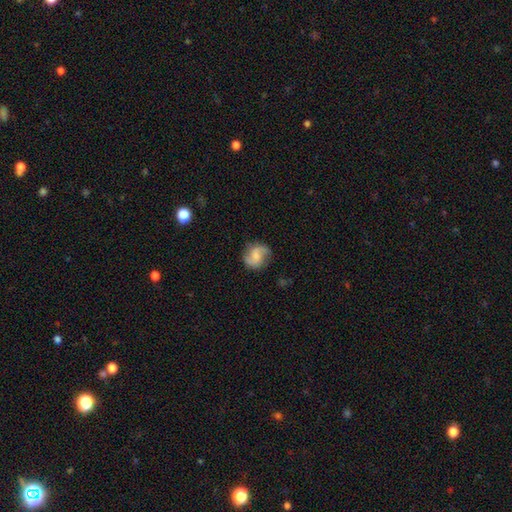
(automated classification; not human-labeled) Smooth or featured?
  - featured or disk: 60% *
  - smooth: 33%
  - star or artifact: 8%
Edge-on disk?
  - no: 98% *
  - yes: 2%
Bar?
  - weak: 45% *
  - no: 42%
  - strong: 13%
Spiral arms?
  - yes: 92% *
  - no: 8%
Spiral winding?
  - medium: 42% * (tied)
  - loose: 42% * (tied)
  - tight: 16%
Spiral arm count?
  - 2: 88% *
  - can't tell: 5%
  - 1: 4%
  - 3: 1%
  - 4: 1%
  - more than 4: 1%
Bulge size?
  - small: 38% *
  - moderate: 34%
  - none: 21%
  - large: 6%
  - dominant: 2%
Merging?
  - none: 76% *
  - minor disturbance: 17%
  - major disturbance: 6%
  - merger: 1%